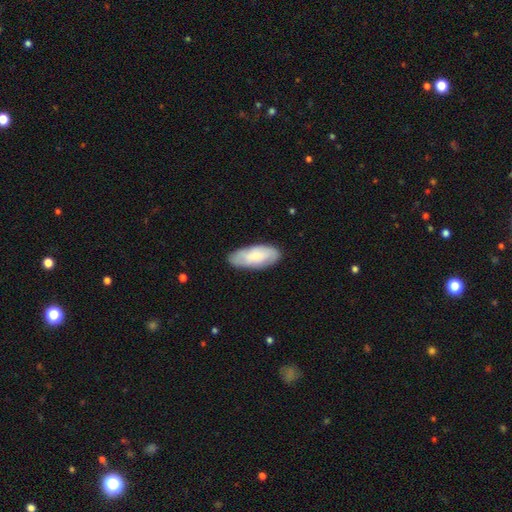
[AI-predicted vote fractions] Smooth or featured? smooth (70%)
How rounded? in between (87%)
Merging? none (80%)